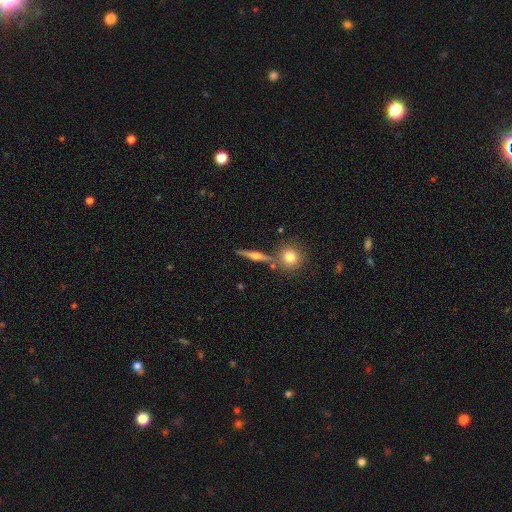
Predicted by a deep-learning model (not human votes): Overall: featured or disk (64%; smooth 27%). Edge-on disk: yes (96%). Edge-on bulge: rounded (88%). Merging: none (81%).